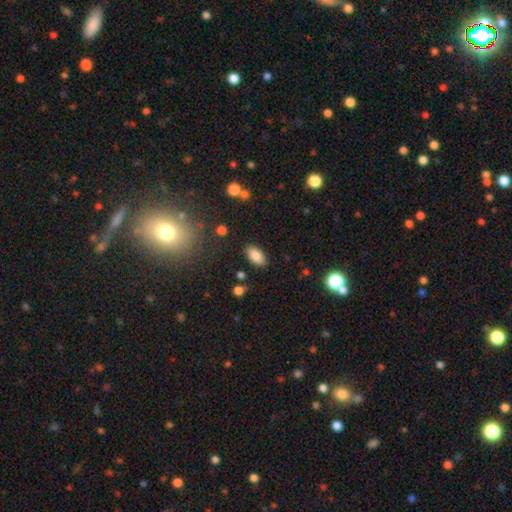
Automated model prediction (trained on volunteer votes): Smooth or featured? Predicted: smooth (p=0.85). How rounded? Predicted: in between (p=0.94). Merging? Predicted: none (p=0.86).